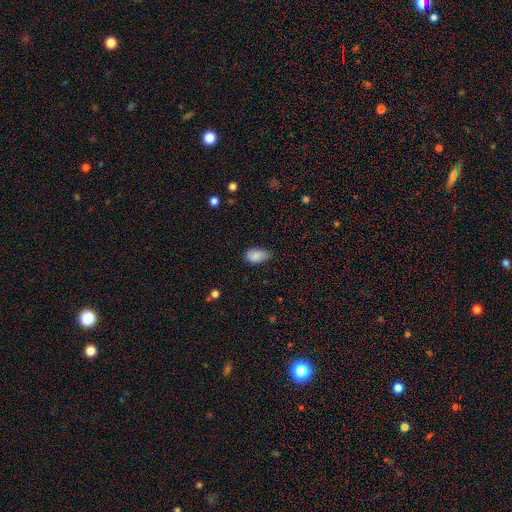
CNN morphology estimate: A smooth galaxy with no disk features (87%) that is in between round and cigar-shaped (92%).

Vote fractions:
- Smooth or featured? smooth: 87% / star or artifact: 8% / featured or disk: 5%
- How rounded? in between: 92% / round: 6% / cigar-shaped: 2%
- Merging? none: 65% / minor disturbance: 29% / major disturbance: 5% / merger: 1%